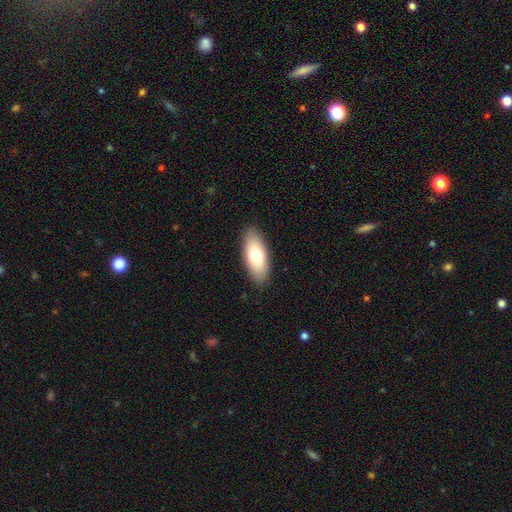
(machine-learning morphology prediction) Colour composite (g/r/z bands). It shows a smooth galaxy with no disk features (72%) that is in between round and cigar-shaped (83%). Merging: none (88%).